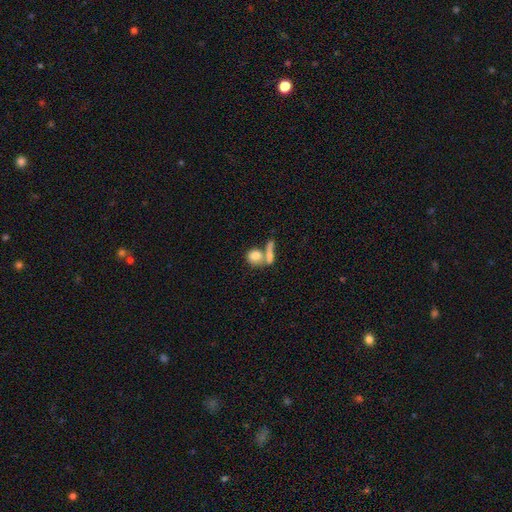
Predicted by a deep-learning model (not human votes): Smooth or featured? smooth (79%)
How rounded? round (60%)
Merging? merger (48%)